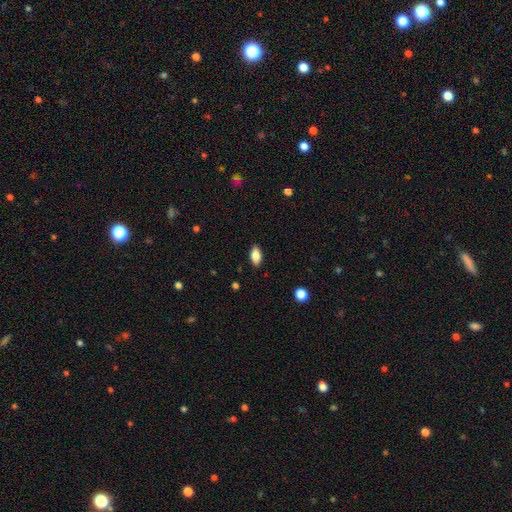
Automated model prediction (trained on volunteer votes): smooth 79%, featured or disk 13%, star or artifact 7%. Down the decision tree: how rounded — in between (89%); merging — none (88%).